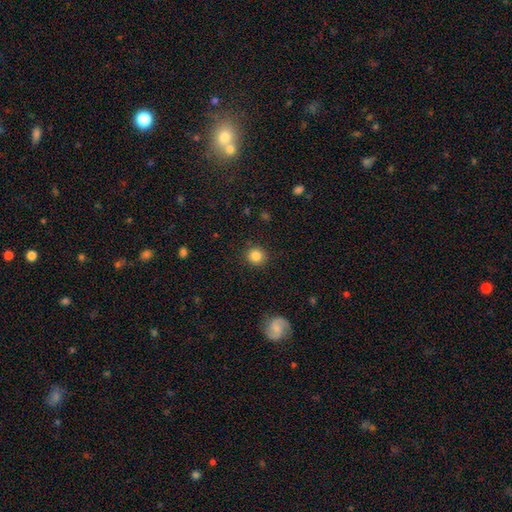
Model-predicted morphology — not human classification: The model was most divided on "smooth or featured": smooth: 84%, star or artifact: 10%, featured or disk: 5%. More confident: how rounded — round (90%); merging — none (90%).